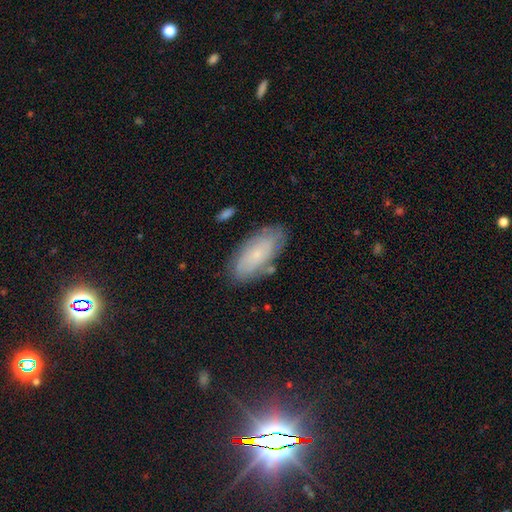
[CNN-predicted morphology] This appears to be a smooth galaxy with no disk features (53%) that is in between round and cigar-shaped (87%). Merging: none (75%).